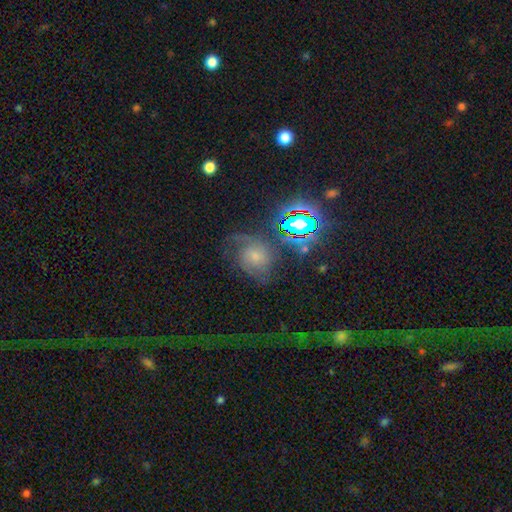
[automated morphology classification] Smooth or featured? featured or disk (51%)
Edge-on disk? no (96%)
Merging? none (52%)